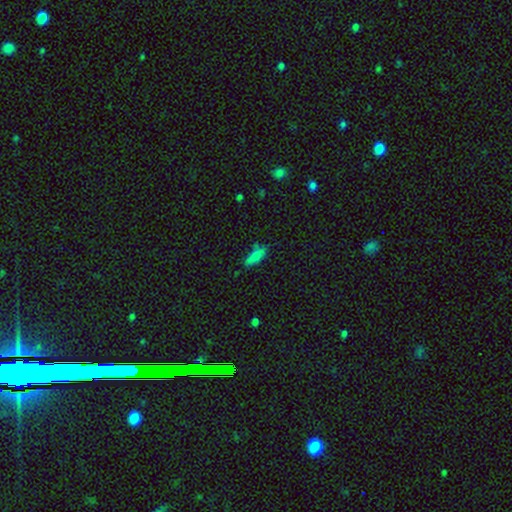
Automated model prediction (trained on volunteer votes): The model was most divided on "how rounded": in between: 66%, cigar-shaped: 30%, round: 3%. More confident: smooth or featured — smooth (74%); merging — none (64%).